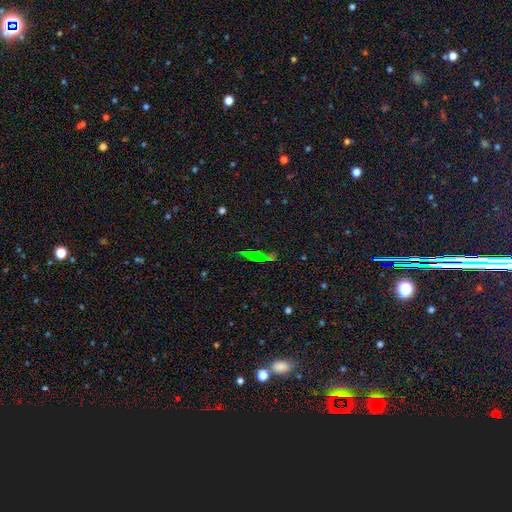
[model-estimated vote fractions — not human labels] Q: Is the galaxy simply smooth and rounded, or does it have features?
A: star or artifact — 48%.